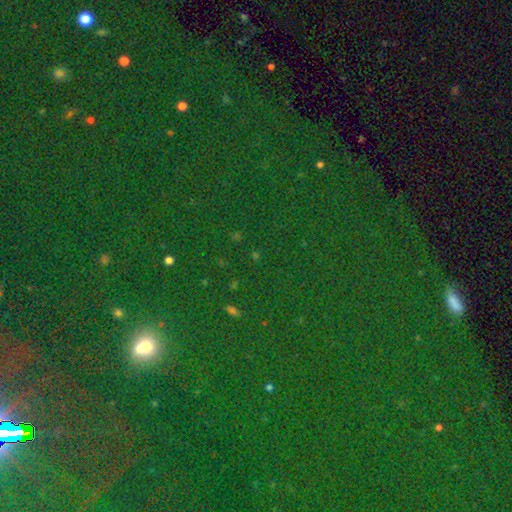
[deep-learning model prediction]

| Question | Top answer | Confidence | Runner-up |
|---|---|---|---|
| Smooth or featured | star or artifact | 69% | smooth (22%) |